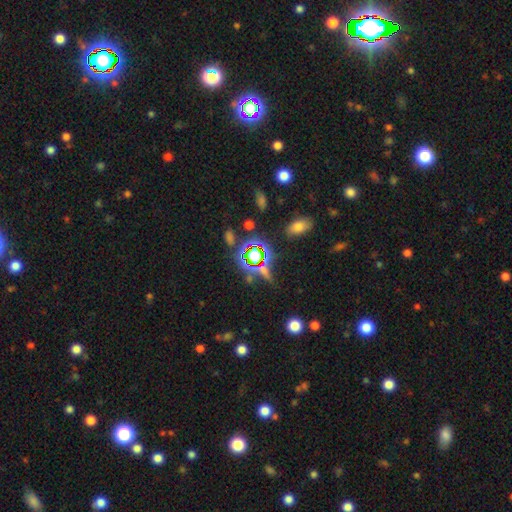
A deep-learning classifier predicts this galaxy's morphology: A star or artifact, not a galaxy (64%).

Vote fractions:
- Smooth or featured? star or artifact: 64% / smooth: 23% / featured or disk: 13%